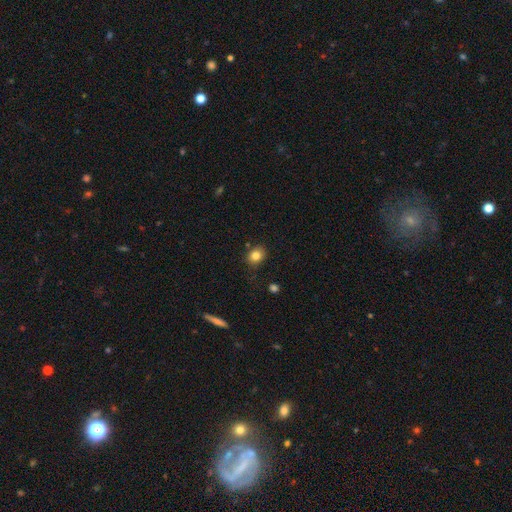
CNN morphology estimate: Smooth or featured?
  - smooth: 83% *
  - star or artifact: 10%
  - featured or disk: 7%
How rounded?
  - round: 63% *
  - in between: 36%
  - cigar-shaped: 1%
Merging?
  - none: 84% *
  - minor disturbance: 11%
  - major disturbance: 3%
  - merger: 2%